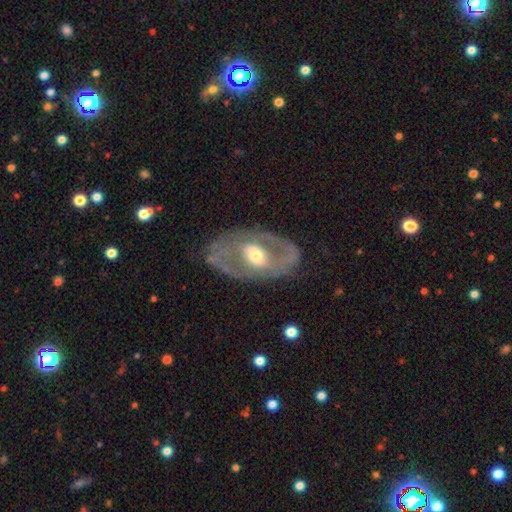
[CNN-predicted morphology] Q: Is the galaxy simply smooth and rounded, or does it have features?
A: featured or disk — 76%.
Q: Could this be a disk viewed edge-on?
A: no — 93%.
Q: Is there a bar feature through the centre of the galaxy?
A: no — 46%.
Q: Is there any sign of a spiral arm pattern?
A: yes — 55%.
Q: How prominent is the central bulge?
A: moderate — 67%.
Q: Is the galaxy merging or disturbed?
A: none — 74%.